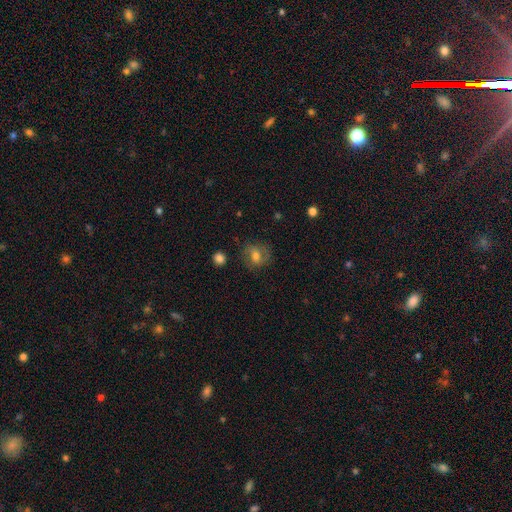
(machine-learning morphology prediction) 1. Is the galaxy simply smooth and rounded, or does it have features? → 58% smooth, 33% featured or disk, 10% star or artifact.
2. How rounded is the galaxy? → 63% round, 35% in between, 1% cigar-shaped.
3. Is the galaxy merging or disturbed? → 70% none, 19% minor disturbance, 9% major disturbance, 2% merger.